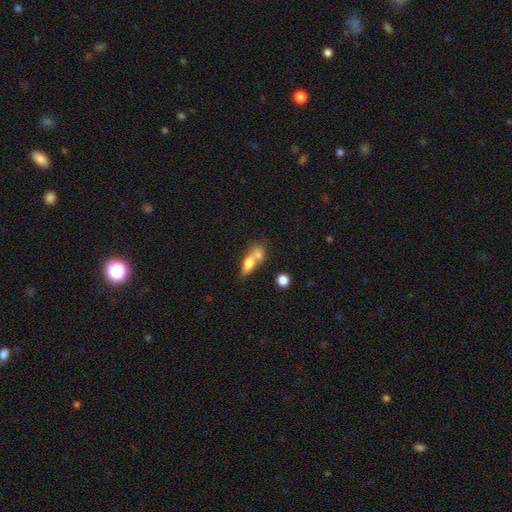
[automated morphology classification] The model was most divided on "how rounded": in between: 63%, round: 22%, cigar-shaped: 15%. More confident: smooth or featured — smooth (70%); merging — merger (65%).